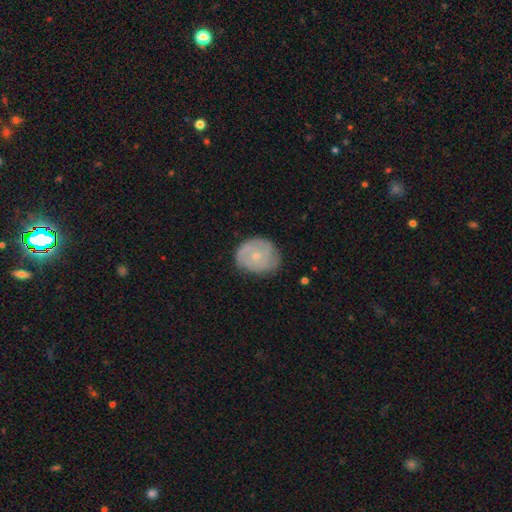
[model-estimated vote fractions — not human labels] Smooth or featured? featured or disk (57%)
Edge-on disk? no (97%)
Bar? no (83%)
Spiral arms? yes (79%)
Bulge size? small (67%)
Merging? none (72%)